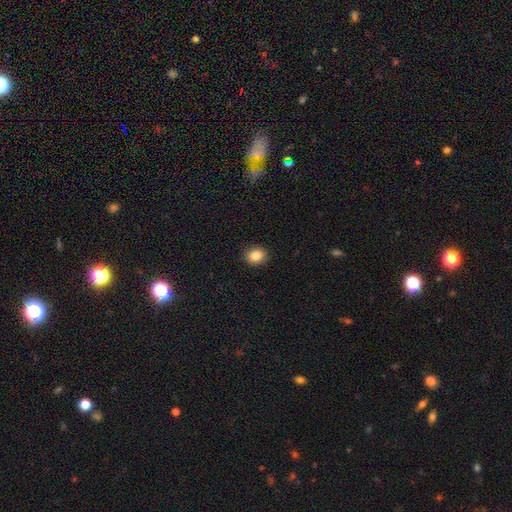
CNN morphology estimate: Smooth or featured: smooth — 86% (star or artifact — 10%)
How rounded: round — 67% (in between — 32%)
Merging: none — 90% (minor disturbance — 7%)